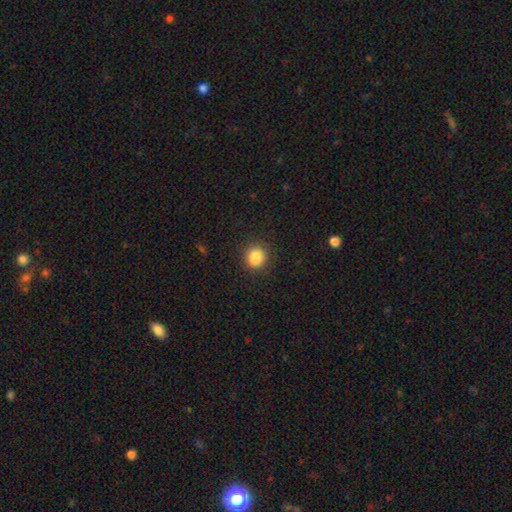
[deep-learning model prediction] Smooth or featured?
  - smooth: 82% *
  - star or artifact: 11%
  - featured or disk: 7%
How rounded?
  - round: 79% *
  - in between: 20%
  - cigar-shaped: 1%
Merging?
  - none: 73% *
  - minor disturbance: 13%
  - merger: 10%
  - major disturbance: 4%